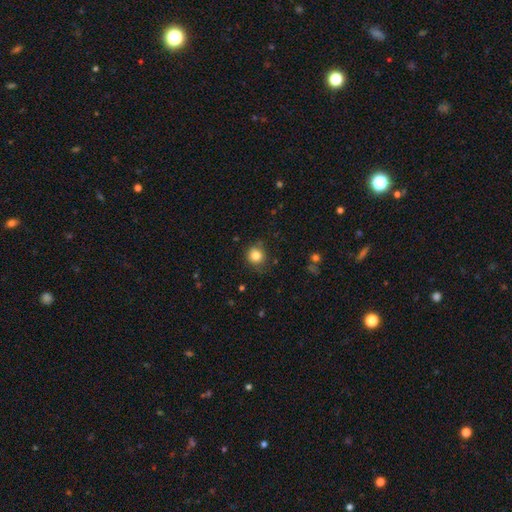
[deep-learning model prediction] smooth 82%, star or artifact 11%, featured or disk 7%. Down the decision tree: how rounded — round (89%); merging — none (80%).